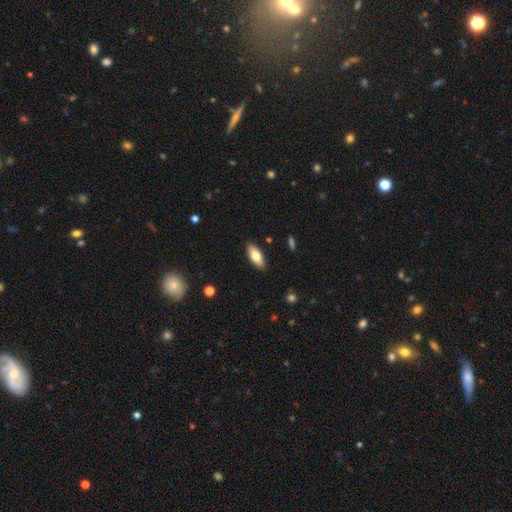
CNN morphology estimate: Q: Smooth or featured?
A: smooth (75%); runner-up: featured or disk (19%)
Q: How rounded?
A: in between (80%); runner-up: cigar-shaped (18%)
Q: Merging?
A: none (89%); runner-up: minor disturbance (8%)